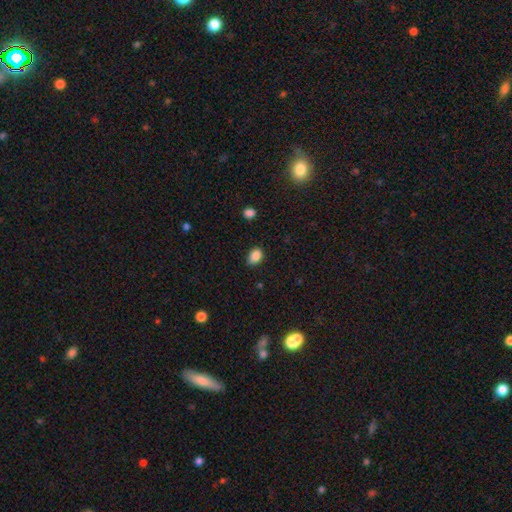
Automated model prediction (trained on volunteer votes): Morphology: type=smooth (86%); roundness=in between (75%); merging=none (78%).